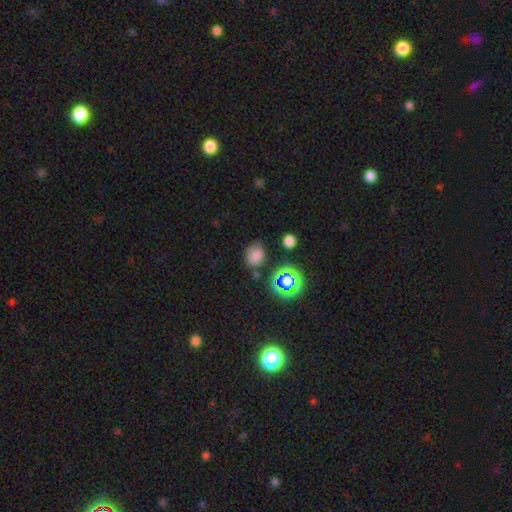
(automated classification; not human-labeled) smooth_or_featured: smooth (p=0.74) [alt: star or artifact p=0.20]
how_rounded: in between (p=0.54) [alt: round p=0.45]
merging: none (p=0.72) [alt: minor disturbance p=0.18]